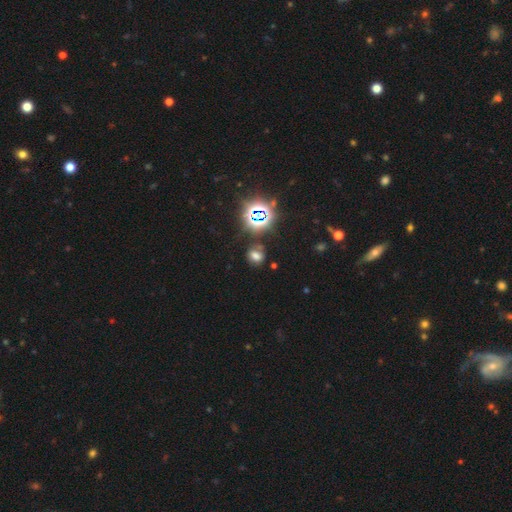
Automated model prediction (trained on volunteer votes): Morphology: type=smooth (55%); roundness=in between (53%); merging=none (72%).